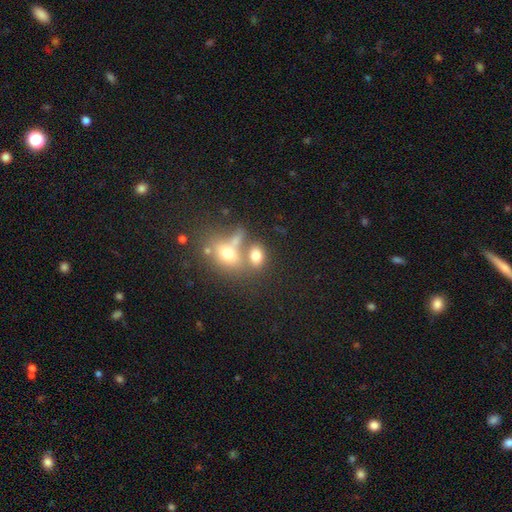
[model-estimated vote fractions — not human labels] Smooth or featured? smooth (72%)
How rounded? in between (69%)
Merging? merger (44%)